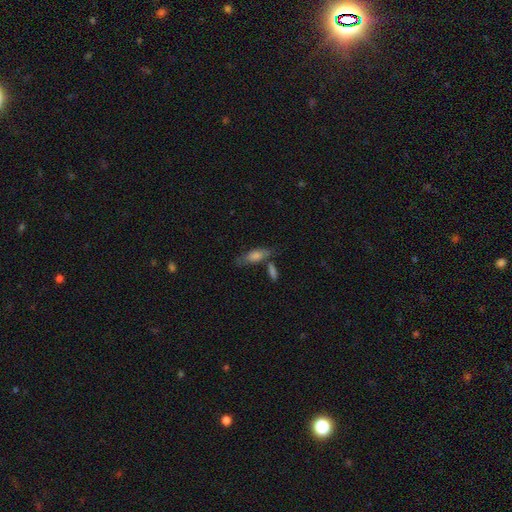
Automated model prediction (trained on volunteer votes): Smooth or featured? Predicted: smooth (p=0.69). How rounded? Predicted: in between (p=0.64). Merging? Predicted: none (p=0.59).